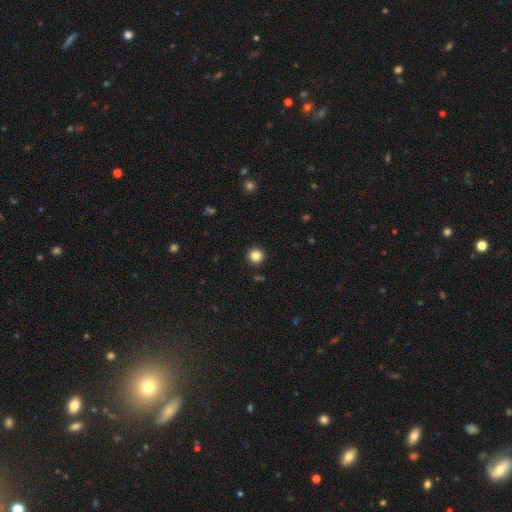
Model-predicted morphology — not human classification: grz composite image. It shows a smooth galaxy with no disk features (84%) that is round (95%). Merging: none (93%).